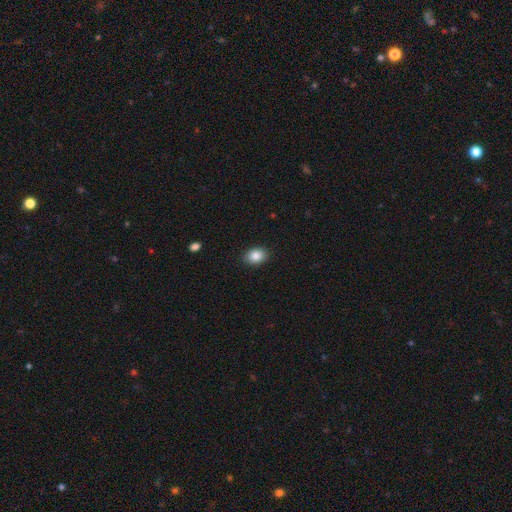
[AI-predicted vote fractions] The model was most divided on "how rounded": in between: 69%, round: 30%, cigar-shaped: 1%. More confident: merging — none (89%); smooth or featured — smooth (87%).